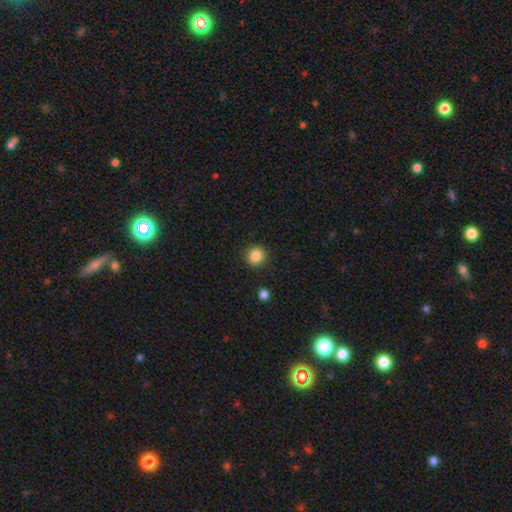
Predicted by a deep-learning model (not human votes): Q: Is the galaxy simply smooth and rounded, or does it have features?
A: smooth — 86%.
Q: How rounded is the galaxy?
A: round — 90%.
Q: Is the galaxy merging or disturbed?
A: none — 90%.